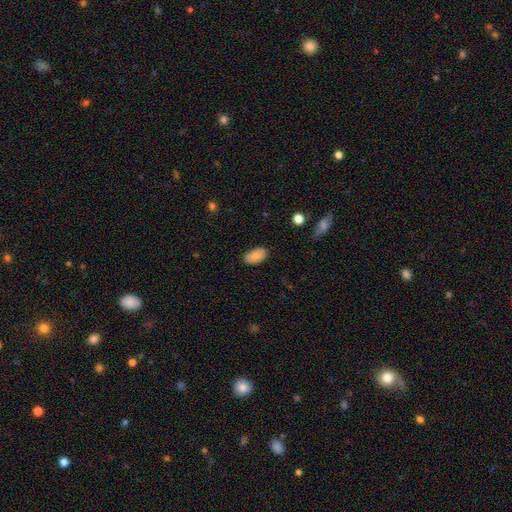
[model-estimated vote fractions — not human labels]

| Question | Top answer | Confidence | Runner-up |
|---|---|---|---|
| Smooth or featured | smooth | 84% | featured or disk (9%) |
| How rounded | in between | 95% | round (4%) |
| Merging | none | 85% | minor disturbance (12%) |